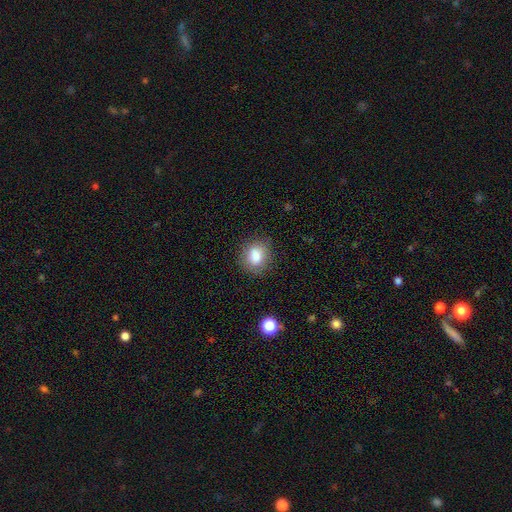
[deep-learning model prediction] Overall: smooth (82%). How rounded: round (56%; in between 42%). Merging: none (83%).